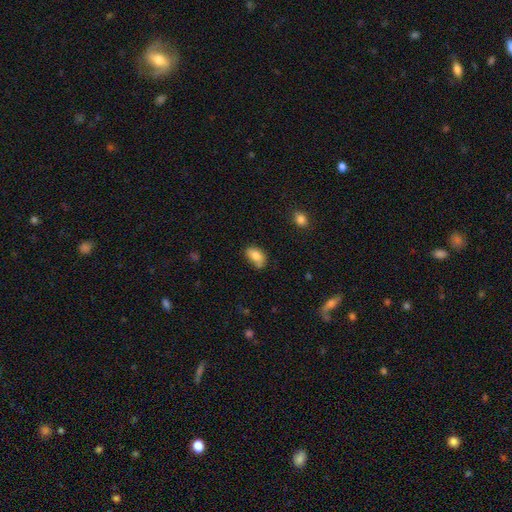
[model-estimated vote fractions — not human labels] A smooth galaxy with no disk features (81%) that is in between round and cigar-shaped (87%).

Vote fractions:
- Smooth or featured? smooth: 81% / featured or disk: 10% / star or artifact: 9%
- How rounded? in between: 87% / round: 11% / cigar-shaped: 2%
- Merging? none: 55% / minor disturbance: 29% / merger: 9% / major disturbance: 7%